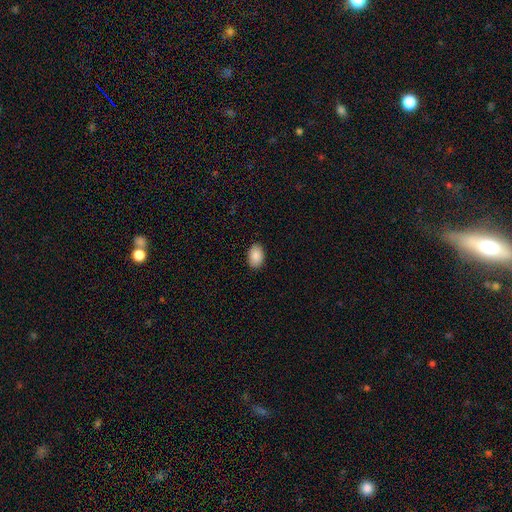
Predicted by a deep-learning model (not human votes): Morphology: type=smooth (89%); roundness=in between (89%); merging=none (90%).